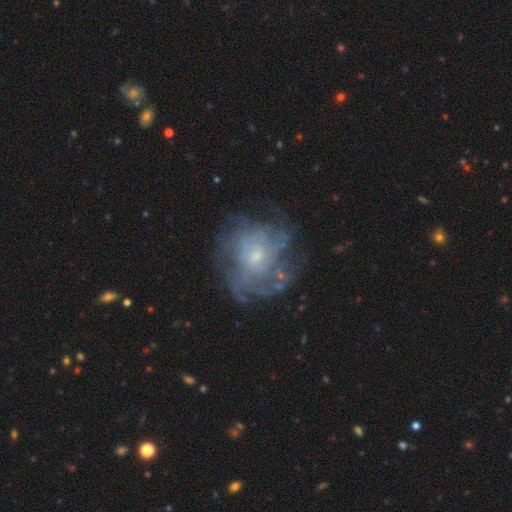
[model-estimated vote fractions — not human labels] smooth_or_featured: featured or disk (p=0.72) [alt: smooth p=0.16]
disk_edge_on: no (p=0.97) [alt: yes p=0.03]
bar: no (p=0.78) [alt: weak p=0.19]
has_spiral_arms: yes (p=0.71) [alt: no p=0.29]
spiral_winding: tight (p=0.46) [alt: medium p=0.33]
spiral_arm_count: can't tell (p=0.50) [alt: 4 p=0.16]
bulge_size: small (p=0.67) [alt: moderate p=0.28]
merging: none (p=0.61) [alt: minor disturbance p=0.19]